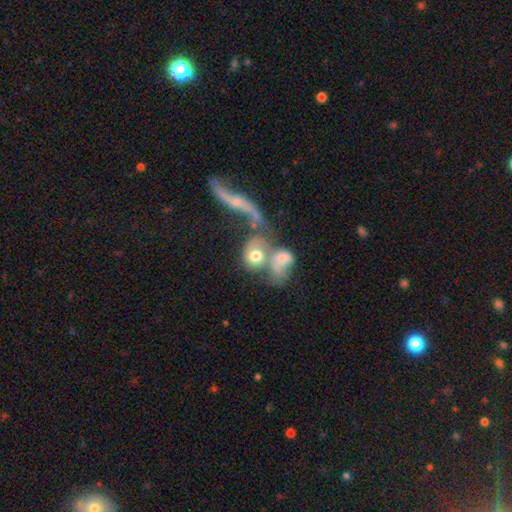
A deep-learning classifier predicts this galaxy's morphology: This appears to be a smooth galaxy with no disk features (58%) that is round (49%). Merging: merger (60%).